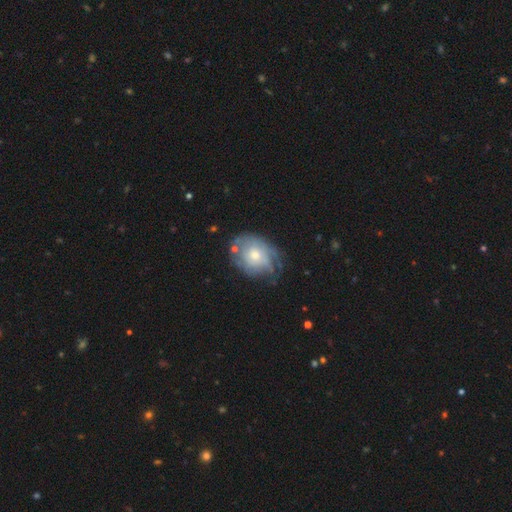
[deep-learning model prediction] smooth_or_featured: featured or disk (p=0.58) [alt: smooth p=0.35]
disk_edge_on: no (p=0.96) [alt: yes p=0.04]
bar: no (p=0.82) [alt: weak p=0.16]
has_spiral_arms: yes (p=0.67) [alt: no p=0.33]
bulge_size: moderate (p=0.55) [alt: small p=0.34]
merging: none (p=0.52) [alt: minor disturbance p=0.29]